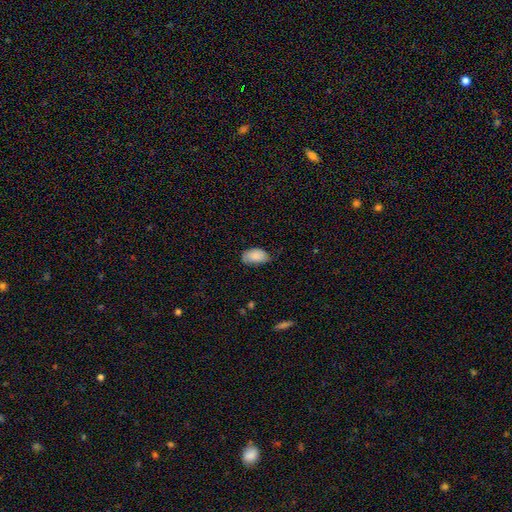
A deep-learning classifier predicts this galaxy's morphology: Overall: smooth (85%). How rounded: in between (94%). Merging: none (59%; minor disturbance 33%).